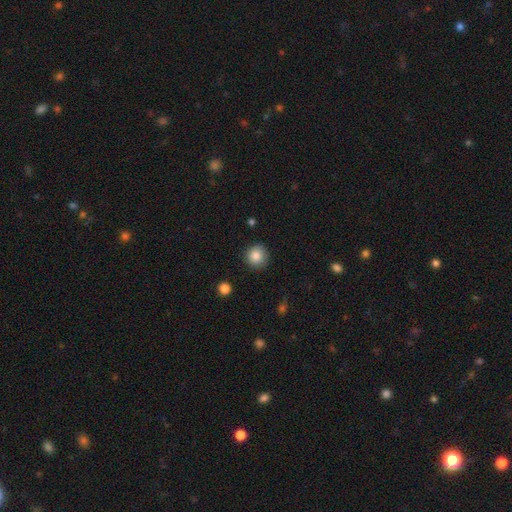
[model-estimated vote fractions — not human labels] smooth 86%, star or artifact 9%, featured or disk 5%. Down the decision tree: how rounded — round (93%); merging — none (89%).